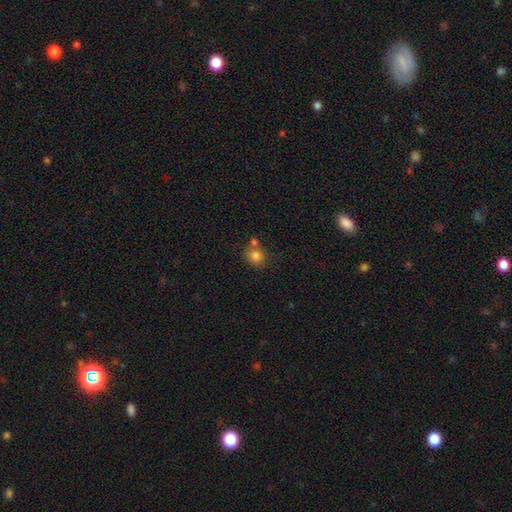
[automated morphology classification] smooth_or_featured: smooth (p=0.82) [alt: star or artifact p=0.11]
how_rounded: round (p=0.81) [alt: in between p=0.18]
merging: none (p=0.61) [alt: merger p=0.24]